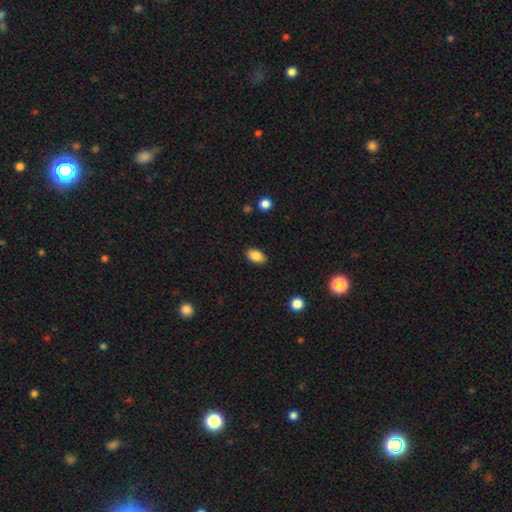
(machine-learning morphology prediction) Smooth or featured? smooth (87%)
How rounded? in between (89%)
Merging? none (85%)